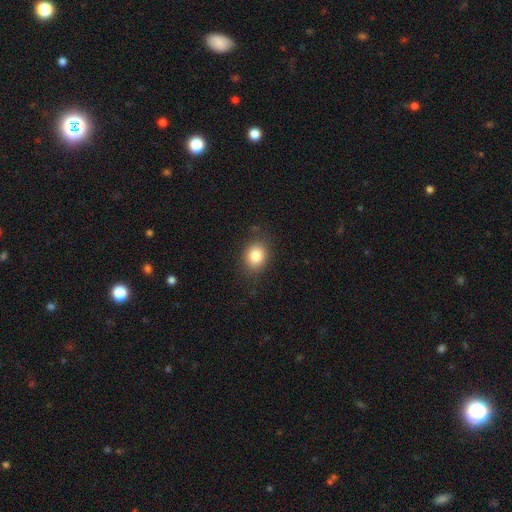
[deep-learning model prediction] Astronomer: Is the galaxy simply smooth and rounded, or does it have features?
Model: smooth — 83%.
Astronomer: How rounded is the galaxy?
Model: round — 56% (runner-up: in between, 43%).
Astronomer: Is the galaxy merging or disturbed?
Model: none — 82%.